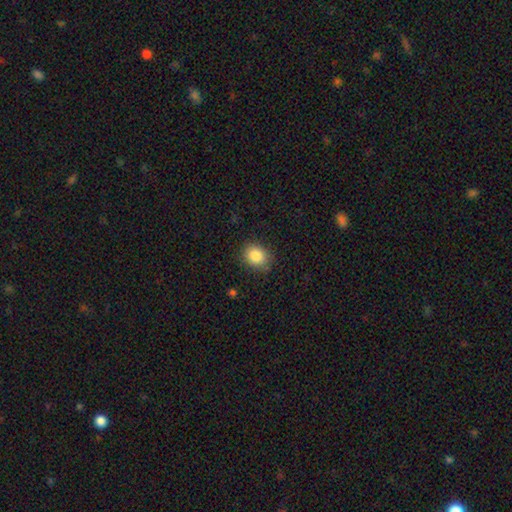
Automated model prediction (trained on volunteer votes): Smooth or featured: smooth — 85% (star or artifact — 9%)
How rounded: in between — 50% (round — 49%)
Merging: none — 85% (minor disturbance — 11%)